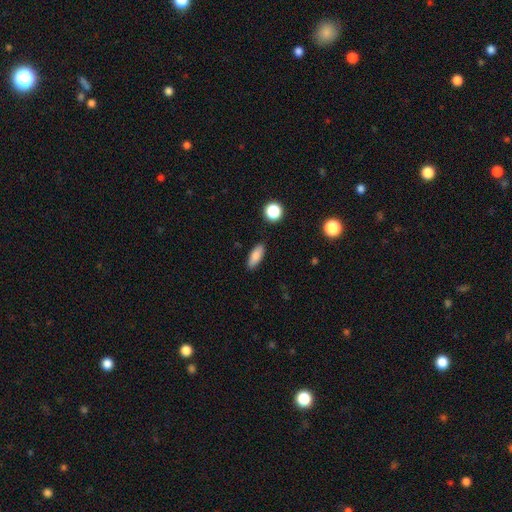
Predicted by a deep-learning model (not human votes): Smooth or featured? smooth (84%)
How rounded? in between (74%)
Merging? none (87%)